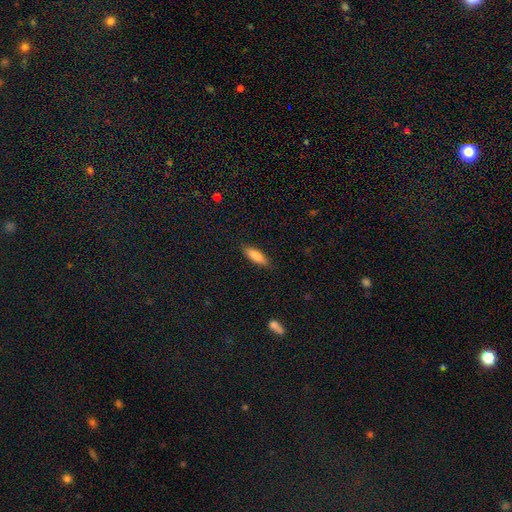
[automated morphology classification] smooth 82%, featured or disk 12%, star or artifact 6%. Down the decision tree: how rounded — in between (53%); merging — none (86%).